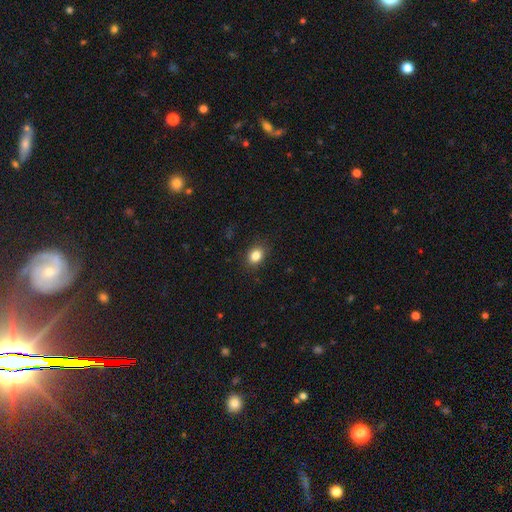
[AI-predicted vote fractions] Smooth or featured? smooth (84%)
How rounded? in between (55%)
Merging? none (88%)